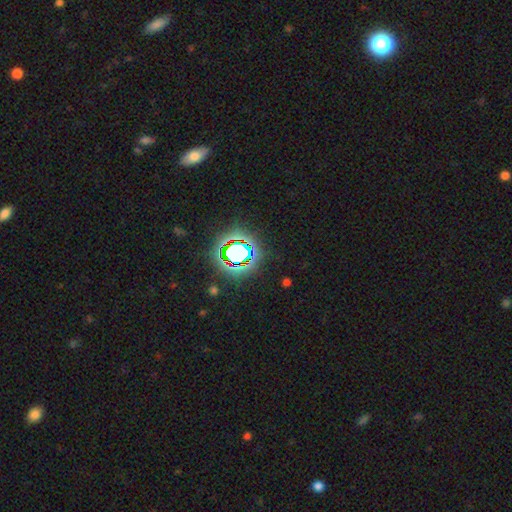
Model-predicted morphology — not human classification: type=star or artifact (81%).